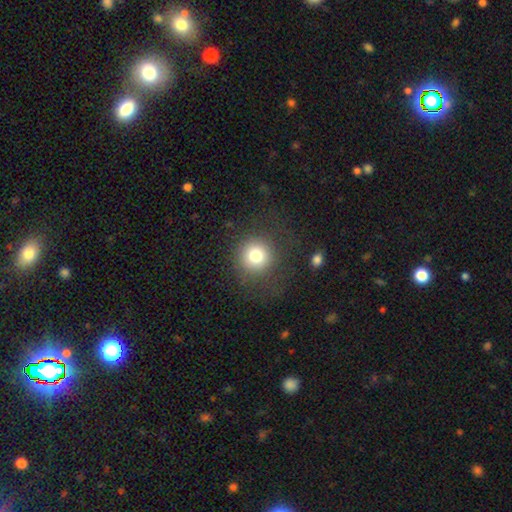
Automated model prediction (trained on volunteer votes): Smooth or featured? smooth (77%)
How rounded? round (94%)
Merging? none (81%)